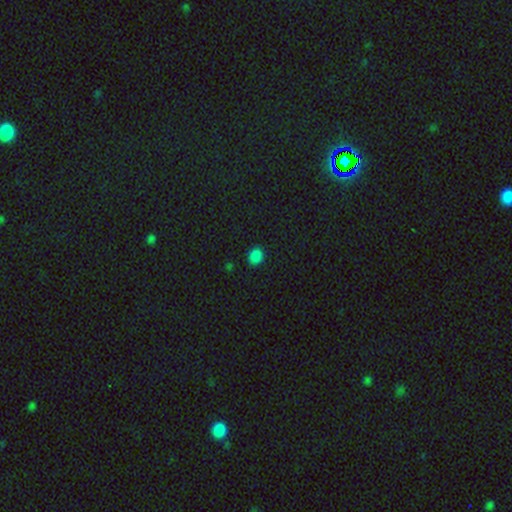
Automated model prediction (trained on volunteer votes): This is clearly a smooth galaxy (83%). How rounded: likely round (63%). Merging: clearly none (88%).